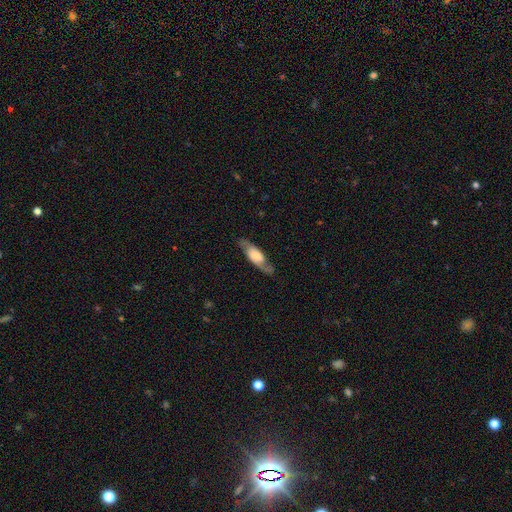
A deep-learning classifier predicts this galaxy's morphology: Smooth or featured?
  - featured or disk: 61% *
  - smooth: 33%
  - star or artifact: 6%
Edge-on disk?
  - no: 64% *
  - yes: 36%
Merging?
  - none: 79% *
  - minor disturbance: 14%
  - major disturbance: 5%
  - merger: 1%